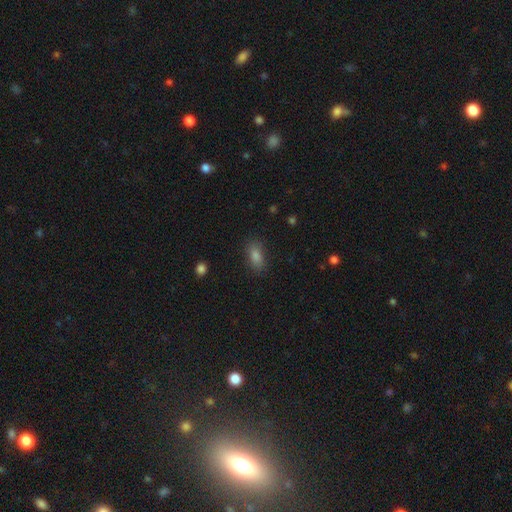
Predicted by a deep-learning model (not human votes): A smooth galaxy with no disk features (80%) that is in between round and cigar-shaped (83%). Merging: none (85%).